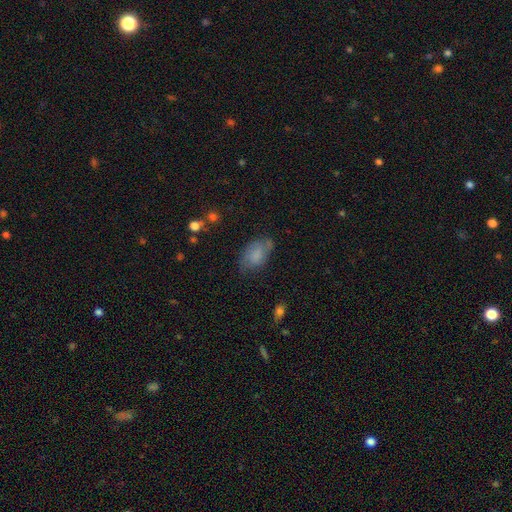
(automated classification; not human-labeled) A smooth galaxy with no disk features (66%) that is in between round and cigar-shaped (90%).

Vote fractions:
- Smooth or featured? smooth: 66% / featured or disk: 25% / star or artifact: 9%
- How rounded? in between: 90% / round: 8% / cigar-shaped: 2%
- Merging? none: 56% / minor disturbance: 30% / major disturbance: 11% / merger: 4%